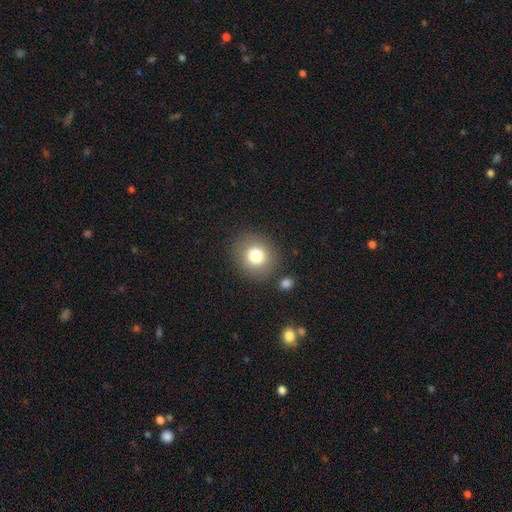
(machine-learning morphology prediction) A smooth galaxy with no disk features (78%) that is round (84%). Merging: none (84%).